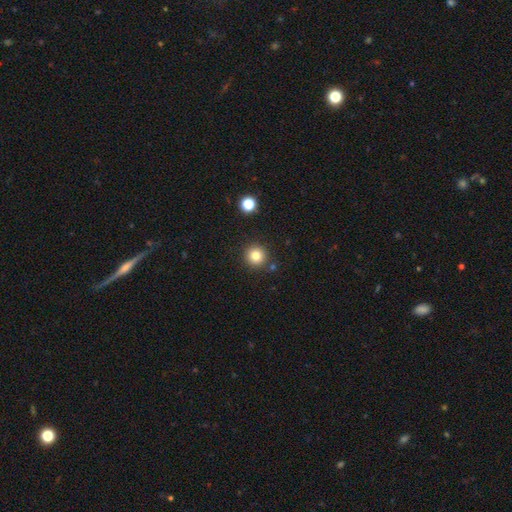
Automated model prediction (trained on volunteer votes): This appears to be a smooth galaxy with no disk features (82%) that is round (95%). Merging: none (88%).